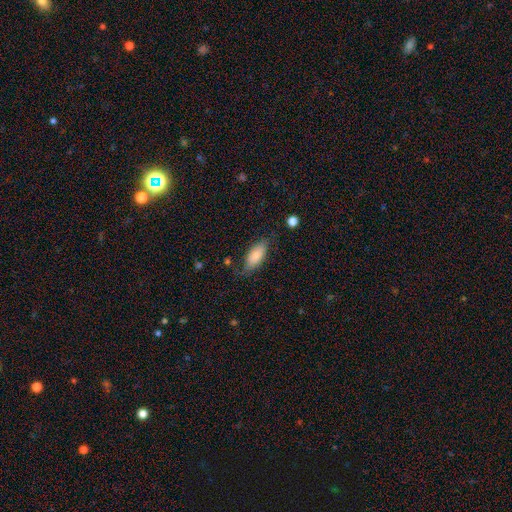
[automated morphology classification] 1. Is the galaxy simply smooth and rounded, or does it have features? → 82% smooth, 11% featured or disk, 7% star or artifact.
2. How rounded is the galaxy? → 83% in between, 15% cigar-shaped, 2% round.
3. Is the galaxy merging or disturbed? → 71% none, 21% minor disturbance, 6% major disturbance, 2% merger.